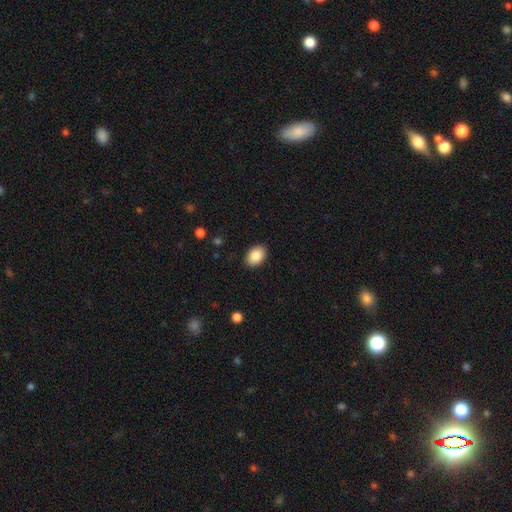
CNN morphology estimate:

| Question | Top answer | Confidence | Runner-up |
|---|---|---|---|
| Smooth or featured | smooth | 88% | star or artifact (7%) |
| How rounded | in between | 84% | round (15%) |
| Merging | none | 89% | minor disturbance (8%) |